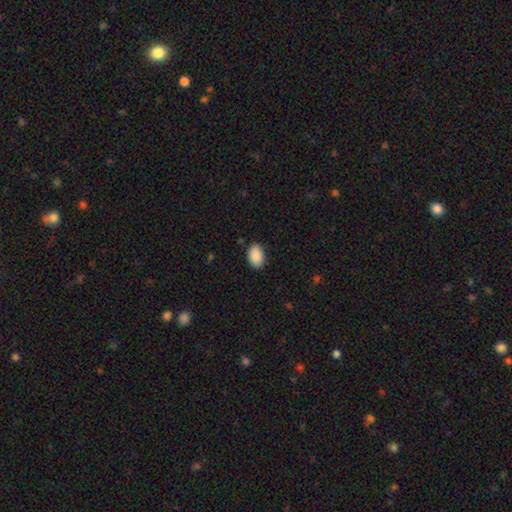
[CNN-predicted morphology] Smooth or featured?
  - smooth: 90% *
  - star or artifact: 7%
  - featured or disk: 3%
How rounded?
  - in between: 89% *
  - round: 10%
  - cigar-shaped: 1%
Merging?
  - none: 85% *
  - minor disturbance: 12%
  - major disturbance: 2%
  - merger: 1%